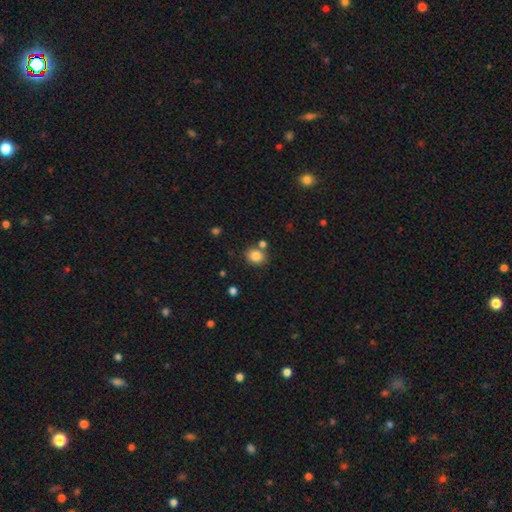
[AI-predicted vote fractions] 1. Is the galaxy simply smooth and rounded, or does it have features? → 84% smooth, 10% star or artifact, 6% featured or disk.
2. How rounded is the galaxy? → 67% round, 32% in between, 1% cigar-shaped.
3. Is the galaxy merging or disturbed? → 72% none, 14% merger, 11% minor disturbance, 3% major disturbance.